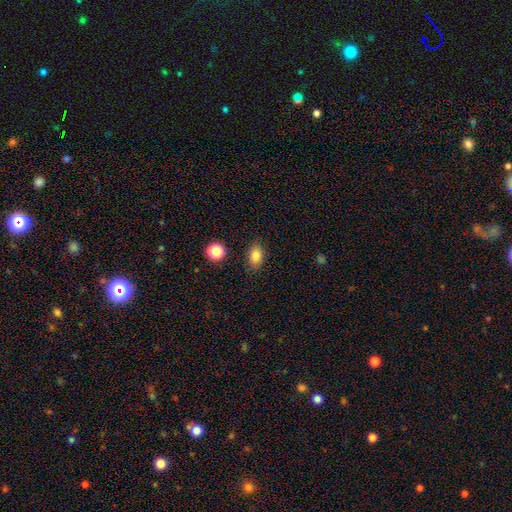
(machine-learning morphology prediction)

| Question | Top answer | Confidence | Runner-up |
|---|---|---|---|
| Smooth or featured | smooth | 84% | star or artifact (10%) |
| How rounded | in between | 82% | round (16%) |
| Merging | none | 84% | minor disturbance (11%) |